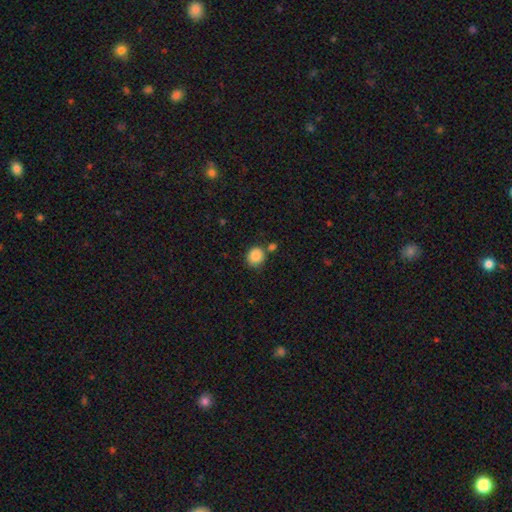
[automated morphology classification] This is clearly a smooth galaxy (87%). How rounded: clearly round (86%). Merging: likely none (68%).